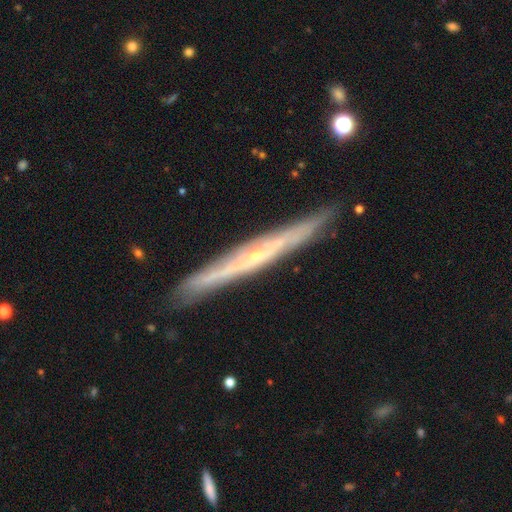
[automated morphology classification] Smooth or featured? featured or disk (77%)
Edge-on disk? yes (92%)
Edge-on bulge? rounded (57%)
Merging? none (88%)